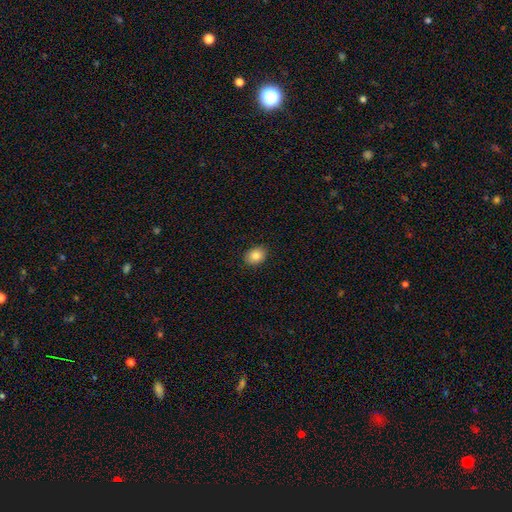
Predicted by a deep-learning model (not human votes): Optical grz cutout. It shows a smooth galaxy with no disk features (85%) that is in between round and cigar-shaped (66%). Merging: none (90%).